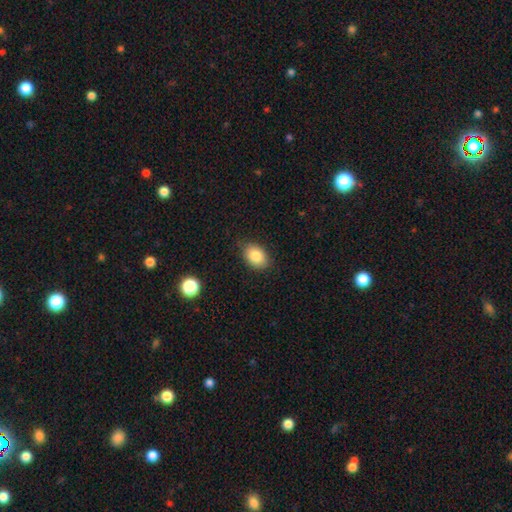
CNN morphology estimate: Q: Smooth or featured?
A: smooth (85%); runner-up: star or artifact (8%)
Q: How rounded?
A: in between (81%); runner-up: round (18%)
Q: Merging?
A: none (84%); runner-up: minor disturbance (12%)